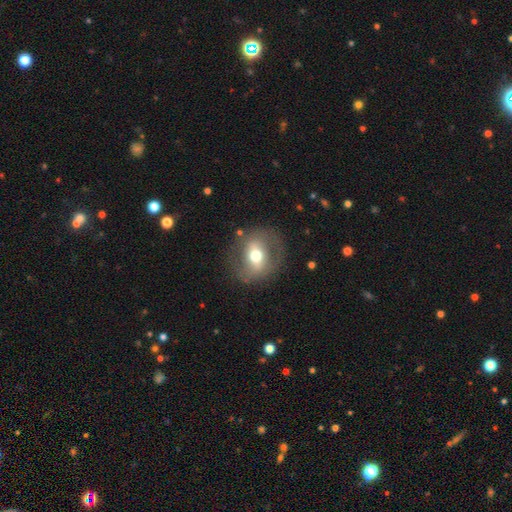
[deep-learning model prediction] Smooth or featured?
  - featured or disk: 53% *
  - smooth: 39%
  - star or artifact: 7%
Edge-on disk?
  - no: 90% *
  - yes: 10%
Merging?
  - none: 76% *
  - minor disturbance: 14%
  - major disturbance: 9%
  - merger: 2%